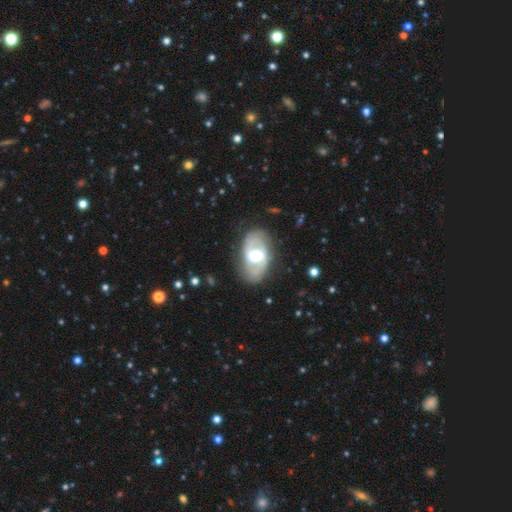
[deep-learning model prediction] A featured or disk galaxy (74%) with a weak bar (48%), 2 (81%) medium (44%) spiral arms (80%) and a moderate central bulge (68%). Merging: none (79%).